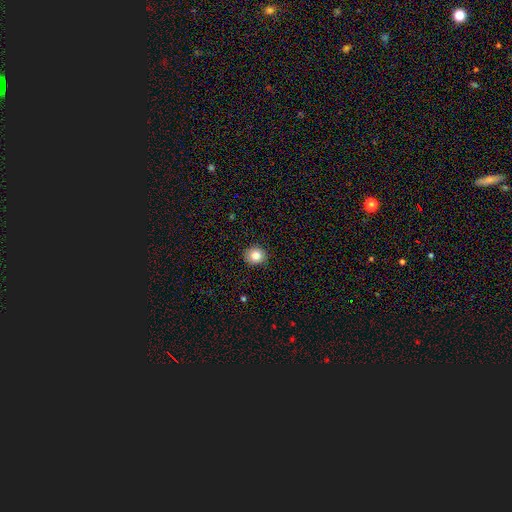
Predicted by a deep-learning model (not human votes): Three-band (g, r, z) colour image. It shows a smooth galaxy with no disk features (83%) that is round (86%). Merging: none (90%).